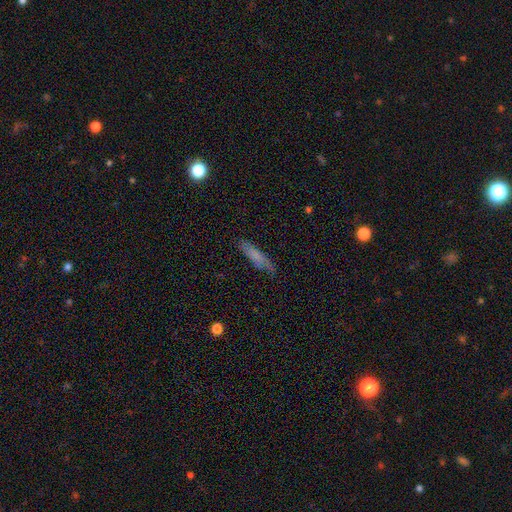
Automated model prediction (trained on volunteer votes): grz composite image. It shows a smooth galaxy with no disk features (67%) that is cigar-shaped (73%). Merging: none (75%).